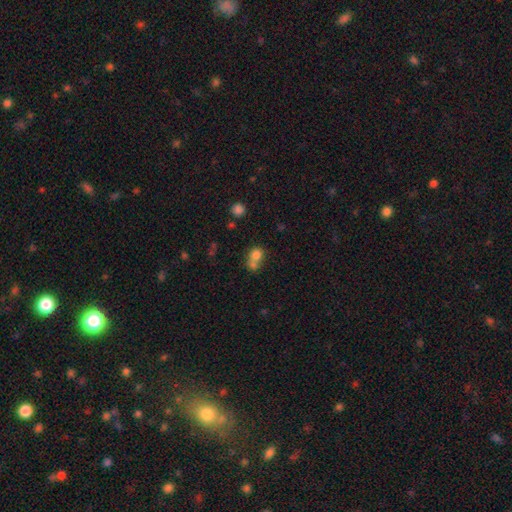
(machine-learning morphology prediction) This appears to be a smooth galaxy with no disk features (76%) that is round (63%). Merging: merger (58%).